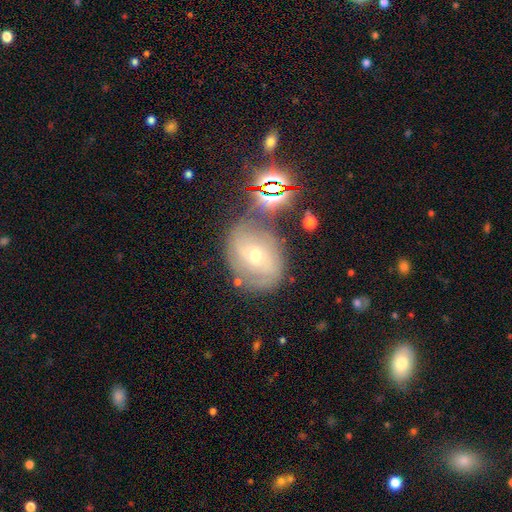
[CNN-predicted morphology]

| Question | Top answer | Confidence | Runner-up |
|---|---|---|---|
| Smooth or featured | featured or disk | 62% | smooth (22%) |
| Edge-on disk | no | 95% | yes (5%) |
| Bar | no | 56% | weak (34%) |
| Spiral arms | yes | 82% | no (18%) |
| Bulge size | small | 51% | moderate (46%) |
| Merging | none | 65% | minor disturbance (19%) |